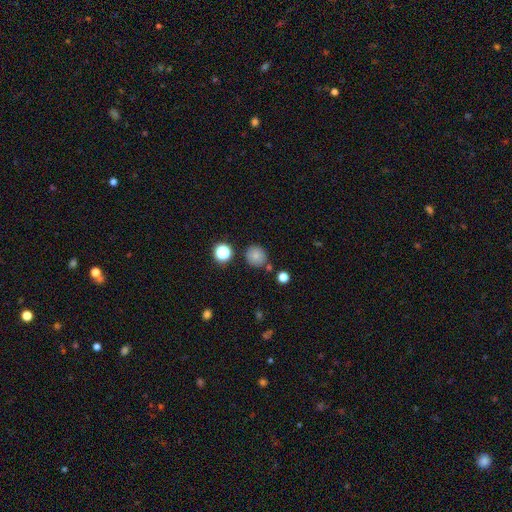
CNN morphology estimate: Q: Smooth or featured?
A: smooth (79%); runner-up: star or artifact (14%)
Q: How rounded?
A: round (84%); runner-up: in between (15%)
Q: Merging?
A: none (78%); runner-up: minor disturbance (12%)